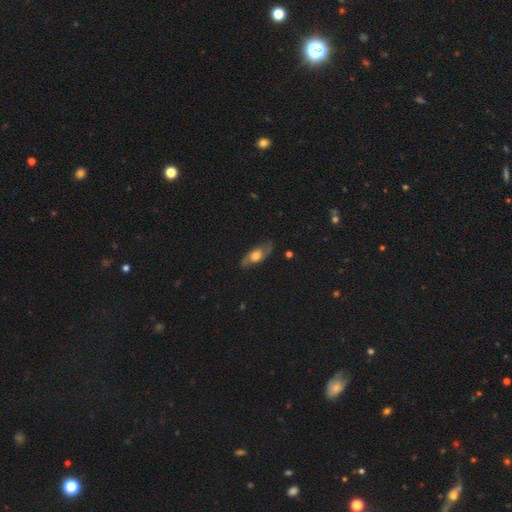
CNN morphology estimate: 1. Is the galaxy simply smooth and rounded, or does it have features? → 60% featured or disk, 33% smooth, 6% star or artifact.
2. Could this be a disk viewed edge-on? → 74% no, 26% yes.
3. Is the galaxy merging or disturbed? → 80% none, 15% minor disturbance, 4% major disturbance, 1% merger.